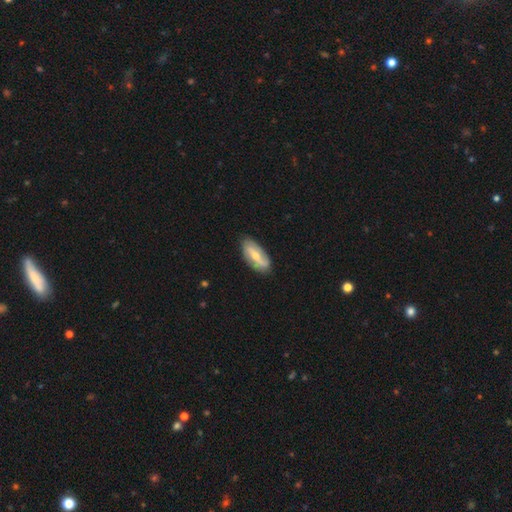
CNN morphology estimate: Smooth or featured? Predicted: featured or disk (p=0.71). Edge-on disk? Predicted: no (p=0.90). Bar? Predicted: strong (p=0.45). Spiral arms? Predicted: yes (p=0.83). Spiral winding? Predicted: loose (p=0.54). Spiral arm count? Predicted: 2 (p=0.88). Bulge size? Predicted: moderate (p=0.52). Merging? Predicted: none (p=0.84).